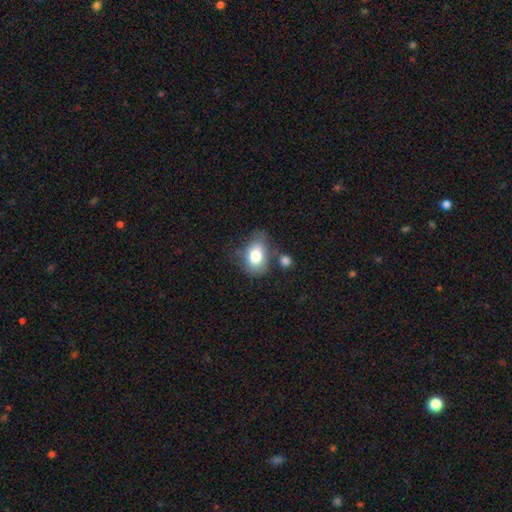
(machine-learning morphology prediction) smooth 78%, featured or disk 15%, star or artifact 7%. Down the decision tree: how rounded — in between (79%); merging — none (49%).